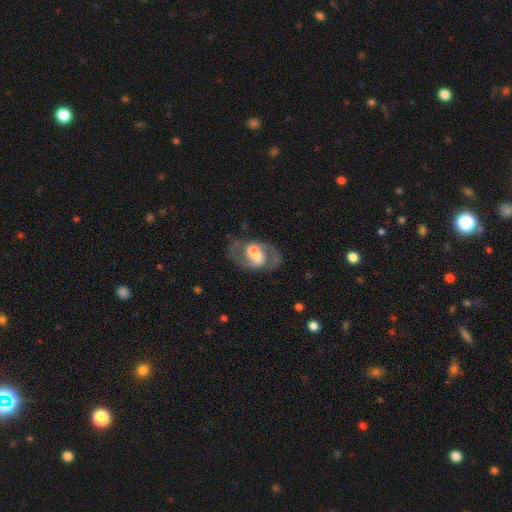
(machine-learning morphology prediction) The model was most divided on "bulge size": moderate: 34%, large: 31%, small: 21%, none: 10%, dominant: 4%. Remaining: edge-on disk — no (96%); spiral arm count — 2 (86%); spiral arms — yes (85%); smooth or featured — featured or disk (76%); merging — none (65%); spiral winding — medium (54%); bar — weak (42%).